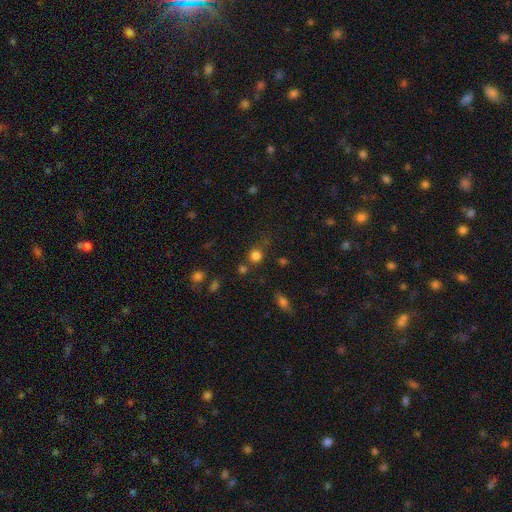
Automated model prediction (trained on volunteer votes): Morphology: type=smooth (78%); roundness=round (88%); merging=none (72%).